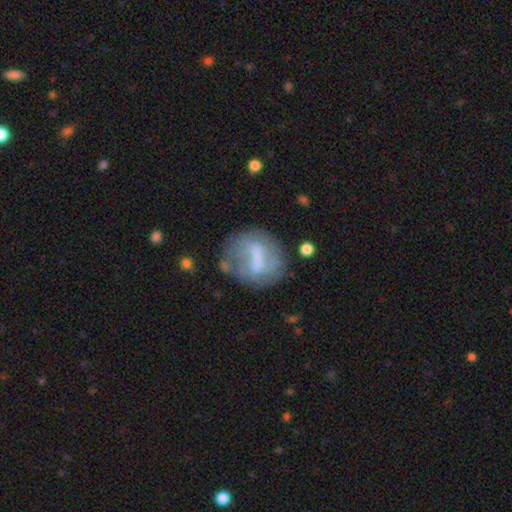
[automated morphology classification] featured or disk 51%, smooth 39%, star or artifact 10%. Down the decision tree: edge-on disk — no (94%); merging — none (60%).